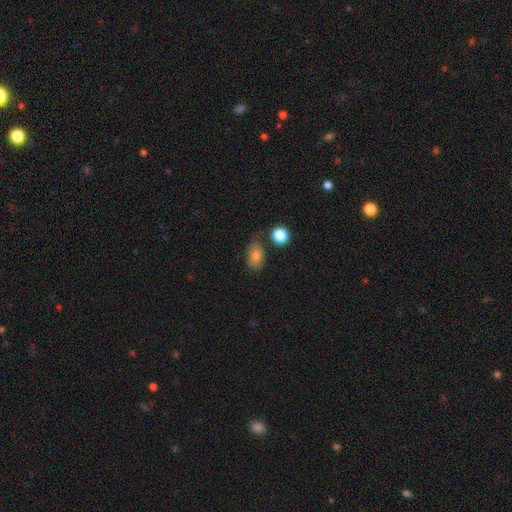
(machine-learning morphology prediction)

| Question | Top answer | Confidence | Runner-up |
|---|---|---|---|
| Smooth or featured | smooth | 76% | featured or disk (12%) |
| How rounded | in between | 81% | round (17%) |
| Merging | none | 61% | minor disturbance (25%) |